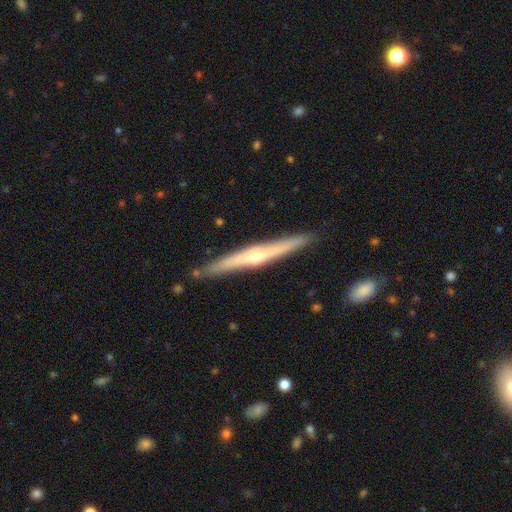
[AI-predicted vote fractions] The model was most divided on "smooth or featured": featured or disk: 71%, smooth: 24%, star or artifact: 6%. More confident: edge-on disk — yes (97%); merging — none (87%); edge-on bulge — rounded (77%).